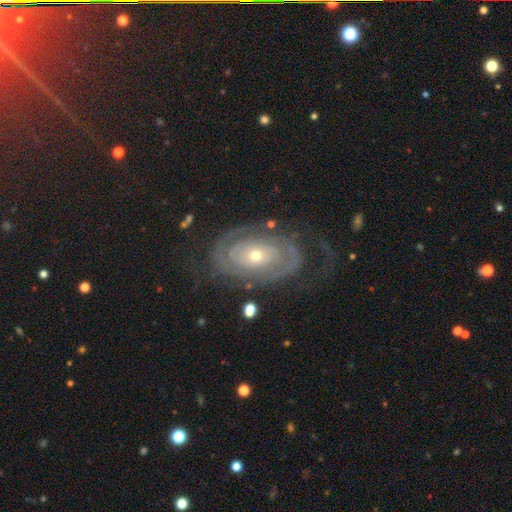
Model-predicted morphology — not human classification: This appears to be a featured or disk galaxy (85%) with no bar (79%), 2 (50%) tight (73%) spiral arms (88%) and a small central bulge (62%). Merging: none (68%).